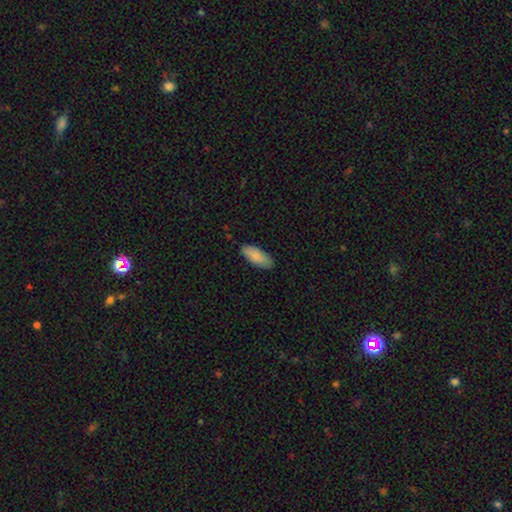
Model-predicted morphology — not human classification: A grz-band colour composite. It shows a smooth galaxy with no disk features (88%) that is in between round and cigar-shaped (81%). Merging: none (86%).